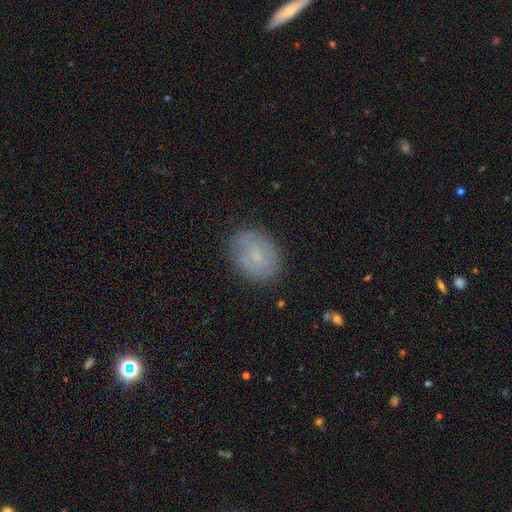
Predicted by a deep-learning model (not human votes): This is possibly a smooth galaxy (57%). How rounded: possibly in between (57%). Merging: clearly none (81%).